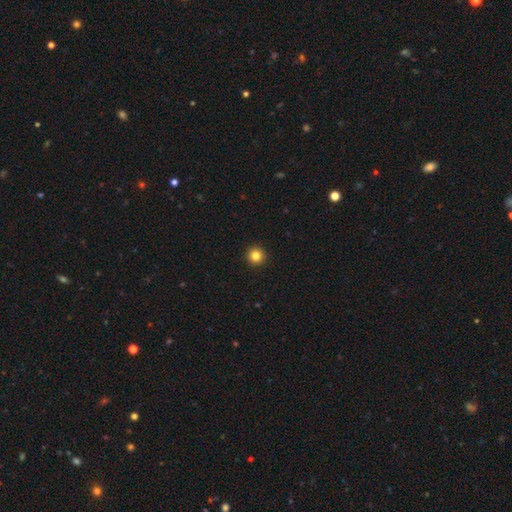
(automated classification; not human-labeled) Smooth or featured?
  - smooth: 83% *
  - star or artifact: 12%
  - featured or disk: 5%
How rounded?
  - round: 96% *
  - in between: 3%
  - cigar-shaped: 1%
Merging?
  - none: 94% *
  - minor disturbance: 4%
  - major disturbance: 1%
  - merger: 1%